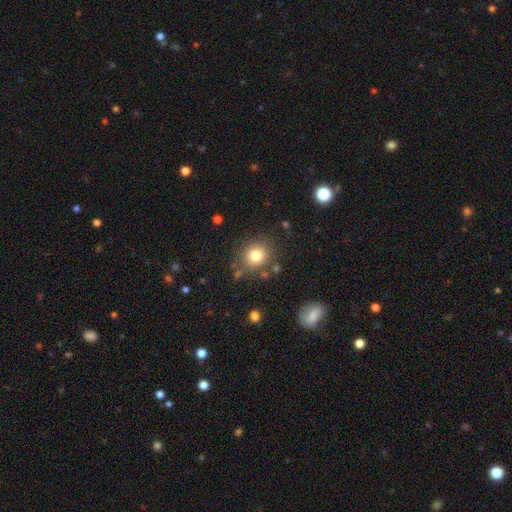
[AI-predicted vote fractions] Smooth or featured? smooth (79%)
How rounded? round (80%)
Merging? none (81%)